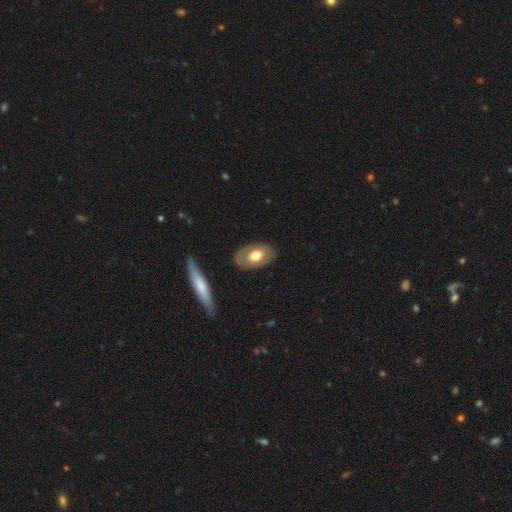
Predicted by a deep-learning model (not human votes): Morphology: type=smooth (59%); roundness=in between (91%); merging=none (82%).